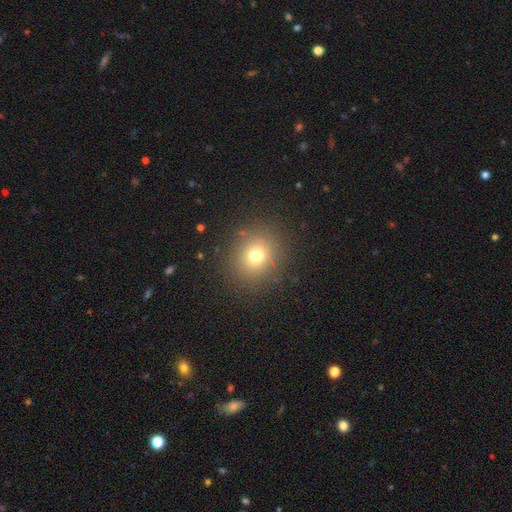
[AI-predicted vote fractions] Overall: smooth (72%). How rounded: round (81%). Merging: none (87%).